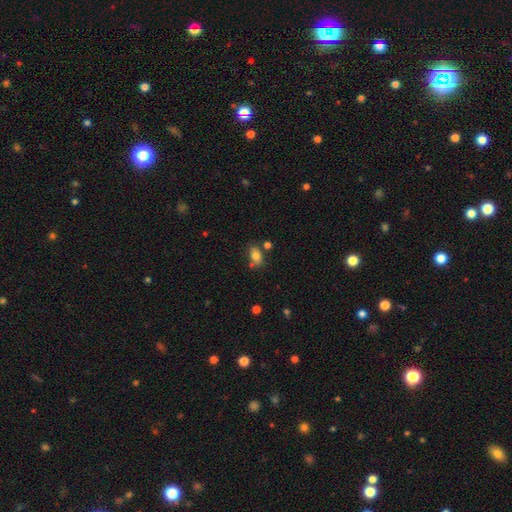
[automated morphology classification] type=smooth (78%); roundness=in between (85%); merging=none (65%).